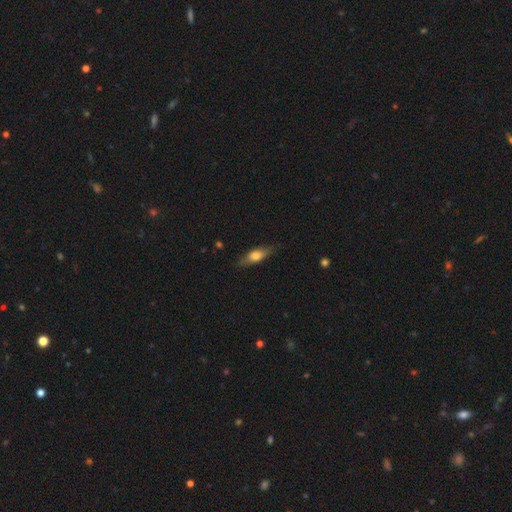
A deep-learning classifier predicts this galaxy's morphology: Smooth or featured: smooth — 65% (featured or disk — 29%)
How rounded: in between — 61% (cigar-shaped — 35%)
Merging: none — 81% (minor disturbance — 15%)